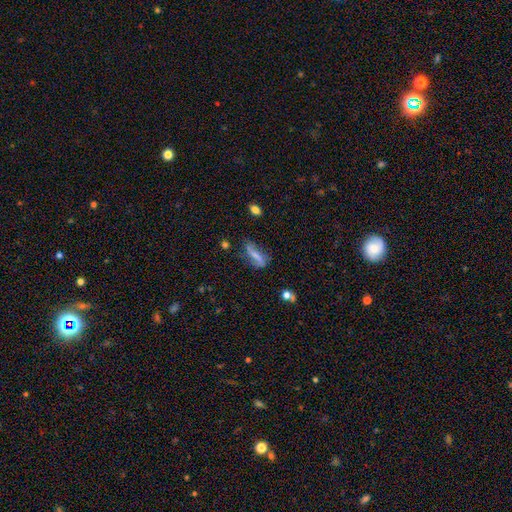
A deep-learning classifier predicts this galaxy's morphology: smooth-or-featured: smooth: 48% | featured or disk: 41% | star or artifact: 11%
  merging: none: 49% | minor disturbance: 28% | major disturbance: 18% | merger: 5%